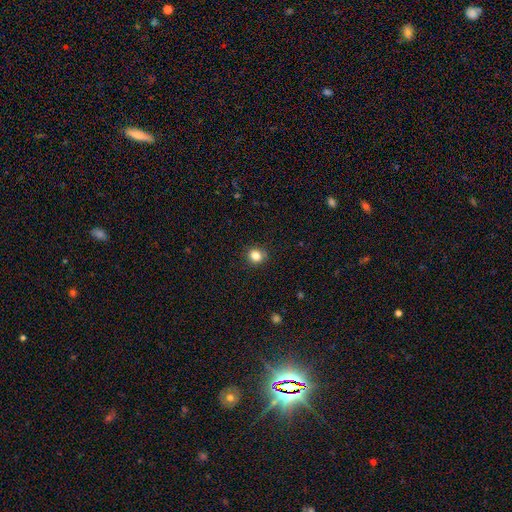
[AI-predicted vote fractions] smooth-or-featured: smooth: 83% | star or artifact: 12% | featured or disk: 5%
  how-rounded: round: 76% | in between: 23% | cigar-shaped: 1%
  merging: none: 88% | minor disturbance: 9% | major disturbance: 2% | merger: 1%